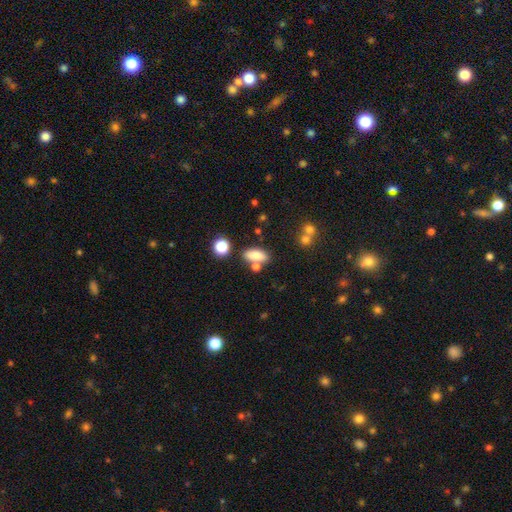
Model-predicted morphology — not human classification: Smooth or featured? Predicted: smooth (p=0.78). How rounded? Predicted: in between (p=0.82). Merging? Predicted: none (p=0.65).